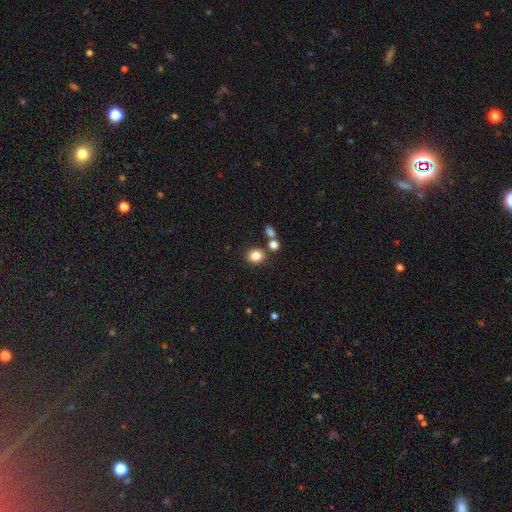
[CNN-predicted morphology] Overall: smooth (84%). How rounded: round (58%; in between 41%). Merging: none (71%).